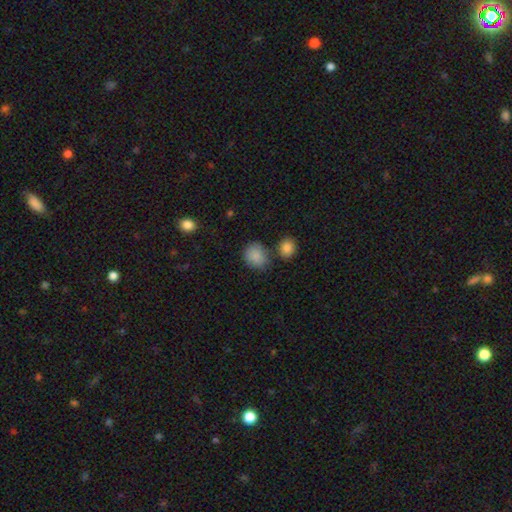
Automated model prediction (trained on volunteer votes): A smooth galaxy with no disk features (86%) that is round (64%).

Vote fractions:
- Smooth or featured? smooth: 86% / star or artifact: 9% / featured or disk: 5%
- How rounded? round: 64% / in between: 35% / cigar-shaped: 1%
- Merging? none: 67% / minor disturbance: 17% / merger: 12% / major disturbance: 5%